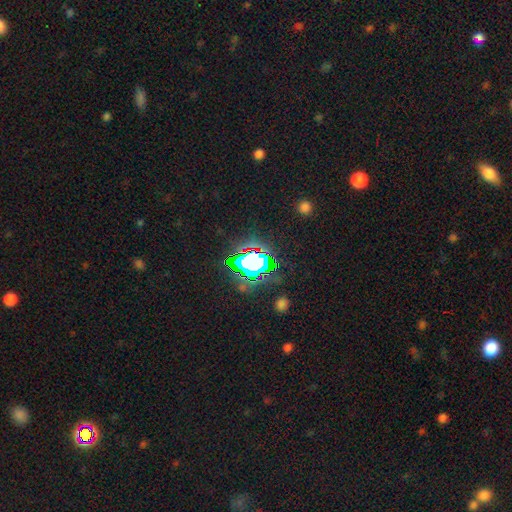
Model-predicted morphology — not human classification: smooth_or_featured: star or artifact (p=0.68) [alt: smooth p=0.20]